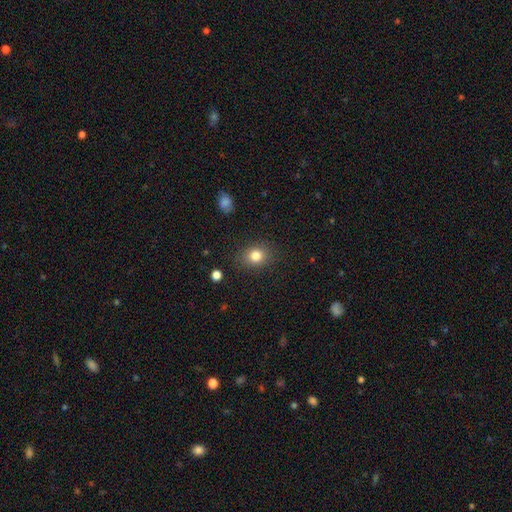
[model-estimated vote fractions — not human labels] Smooth or featured? Predicted: smooth (p=0.82). How rounded? Predicted: round (p=0.56). Merging? Predicted: none (p=0.85).